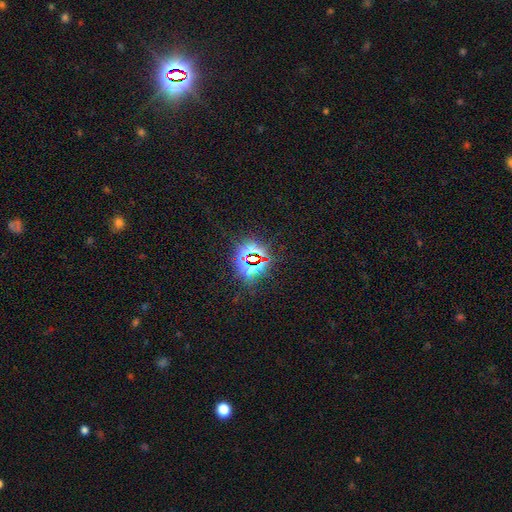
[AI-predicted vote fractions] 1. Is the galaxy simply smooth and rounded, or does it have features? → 80% star or artifact, 13% smooth, 7% featured or disk.